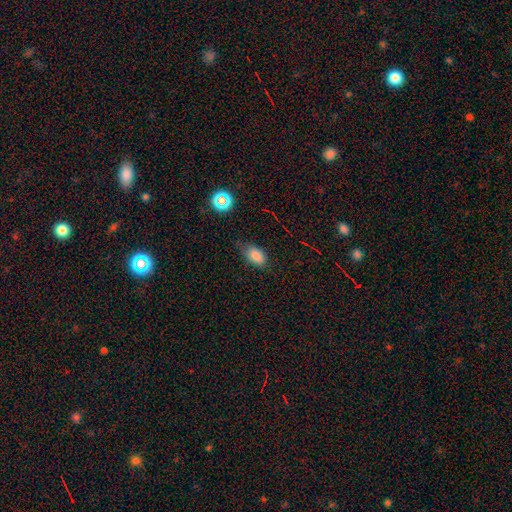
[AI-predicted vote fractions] A smooth galaxy with no disk features (82%) that is in between round and cigar-shaped (88%).

Vote fractions:
- Smooth or featured? smooth: 82% / star or artifact: 12% / featured or disk: 6%
- How rounded? in between: 88% / round: 9% / cigar-shaped: 2%
- Merging? none: 63% / minor disturbance: 29% / major disturbance: 6% / merger: 2%